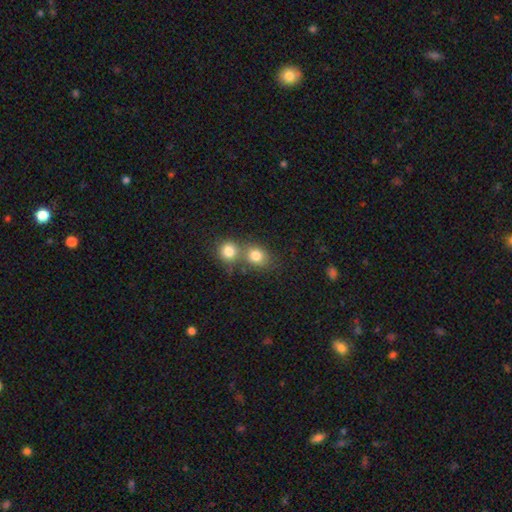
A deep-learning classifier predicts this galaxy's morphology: type=smooth (80%); roundness=round (72%); merging=merger (48%).